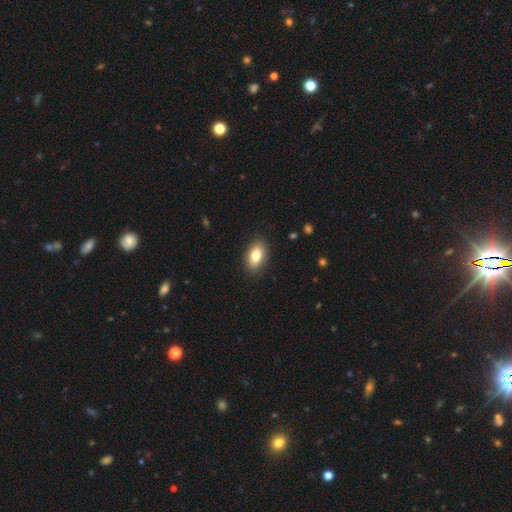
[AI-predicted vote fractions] smooth 82%, featured or disk 10%, star or artifact 8%. Down the decision tree: how rounded — in between (90%); merging — none (88%).